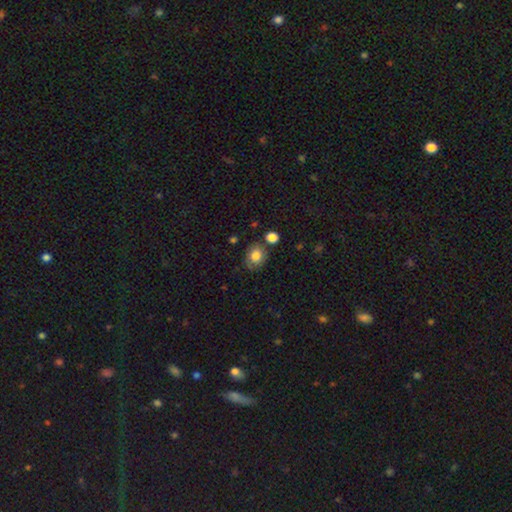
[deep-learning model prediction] The model was most divided on "how rounded": round: 60%, in between: 39%, cigar-shaped: 1%. More confident: smooth or featured — smooth (81%); merging — none (72%).